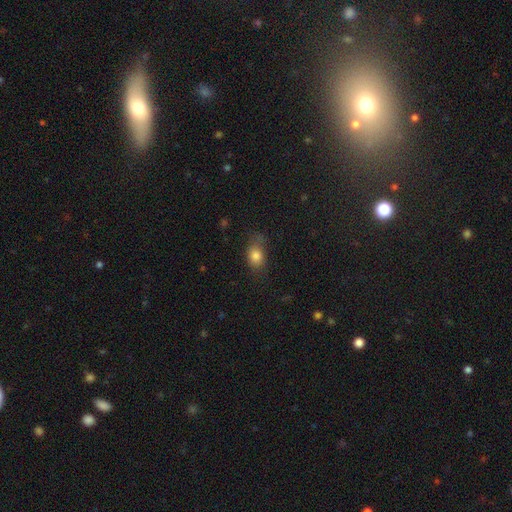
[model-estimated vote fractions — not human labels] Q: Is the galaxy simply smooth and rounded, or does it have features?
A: smooth — 81%.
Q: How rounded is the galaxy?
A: in between — 71%.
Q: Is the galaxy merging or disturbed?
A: none — 61%.